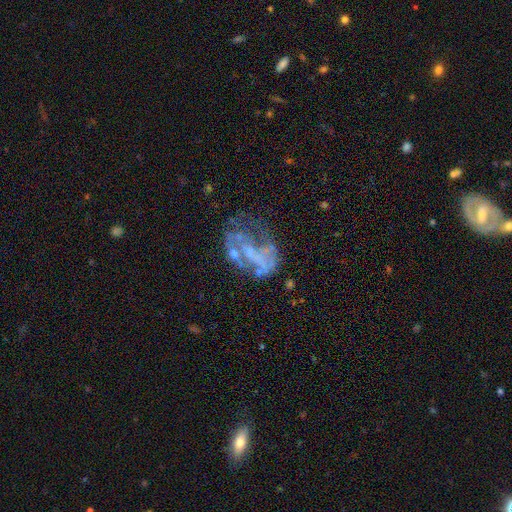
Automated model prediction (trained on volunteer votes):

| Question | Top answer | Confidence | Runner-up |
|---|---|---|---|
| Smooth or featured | featured or disk | 61% | star or artifact (23%) |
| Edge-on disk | no | 96% | yes (4%) |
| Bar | no | 66% | weak (22%) |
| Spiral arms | no | 64% | yes (36%) |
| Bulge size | none | 56% | small (31%) |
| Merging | none | 38% | major disturbance (34%) |